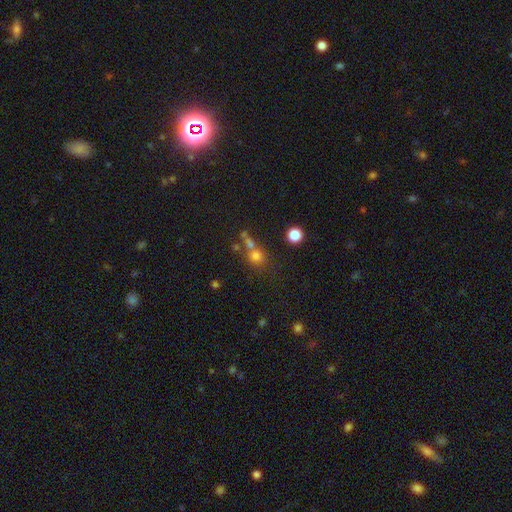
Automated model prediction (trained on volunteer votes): A smooth galaxy with no disk features (68%) that is round (85%).

Vote fractions:
- Smooth or featured? smooth: 68% / star or artifact: 21% / featured or disk: 12%
- How rounded? round: 85% / in between: 14% / cigar-shaped: 1%
- Merging? none: 51% / merger: 34% / minor disturbance: 10% / major disturbance: 6%